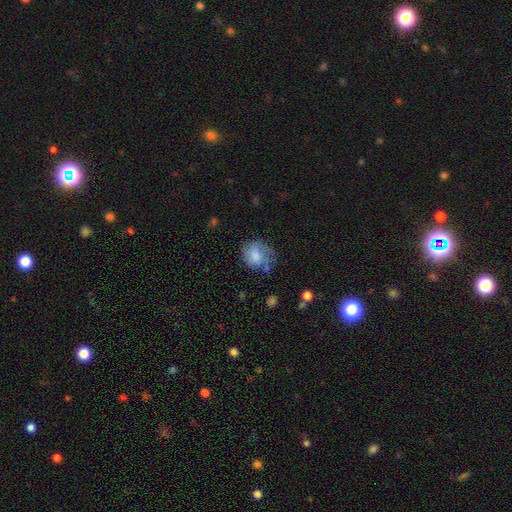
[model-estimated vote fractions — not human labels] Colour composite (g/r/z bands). It shows a smooth galaxy with no disk features (76%) that is round (63%). Merging: none (48%).